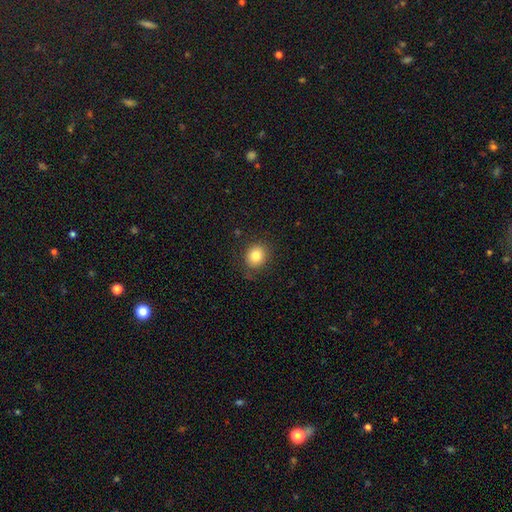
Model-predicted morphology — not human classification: The model was most divided on "how rounded": round: 73%, in between: 26%, cigar-shaped: 1%. More confident: merging — none (84%); smooth or featured — smooth (82%).